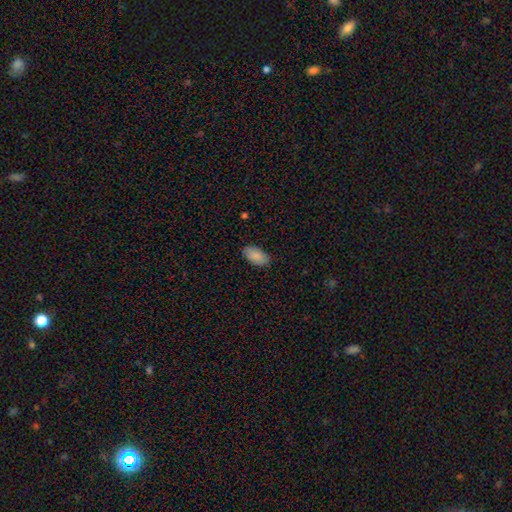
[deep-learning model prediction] smooth 88%, star or artifact 6%, featured or disk 5%. Down the decision tree: how rounded — in between (95%); merging — none (85%).